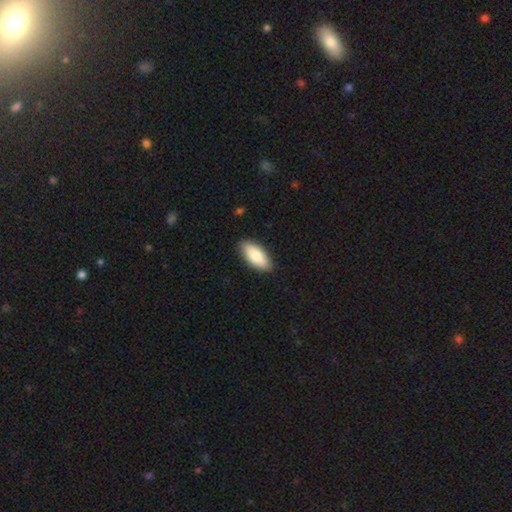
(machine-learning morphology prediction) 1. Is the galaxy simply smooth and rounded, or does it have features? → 84% smooth, 11% featured or disk, 5% star or artifact.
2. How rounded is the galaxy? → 87% in between, 11% cigar-shaped, 2% round.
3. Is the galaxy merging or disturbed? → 88% none, 9% minor disturbance, 2% major disturbance, 1% merger.